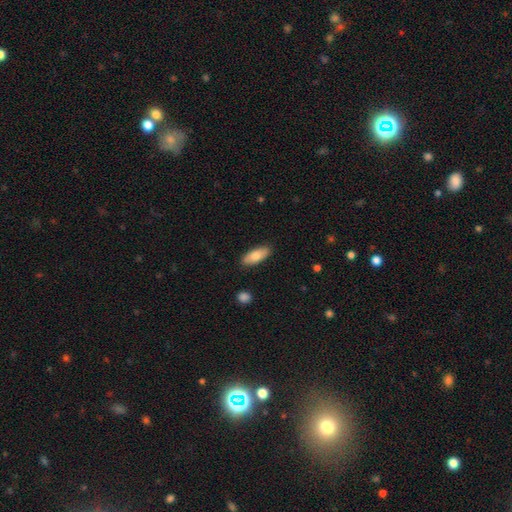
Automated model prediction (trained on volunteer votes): Smooth or featured? smooth (78%)
How rounded? in between (79%)
Merging? none (87%)